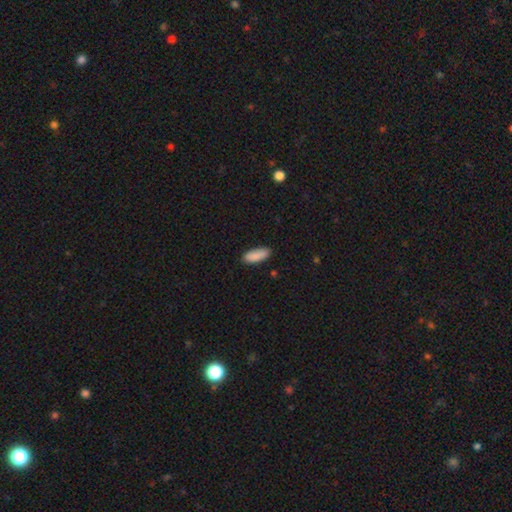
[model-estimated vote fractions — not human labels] This is clearly a smooth galaxy (90%). How rounded: likely in between (76%). Merging: clearly none (85%).